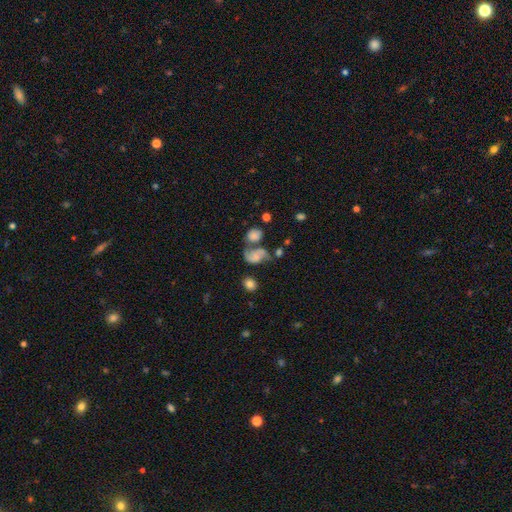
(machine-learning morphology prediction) Smooth or featured? Predicted: featured or disk (p=0.54). Edge-on disk? Predicted: no (p=0.97). Bar? Predicted: no (p=0.69). Spiral arms? Predicted: yes (p=0.83). Bulge size? Predicted: none (p=0.38). Merging? Predicted: merger (p=0.35).